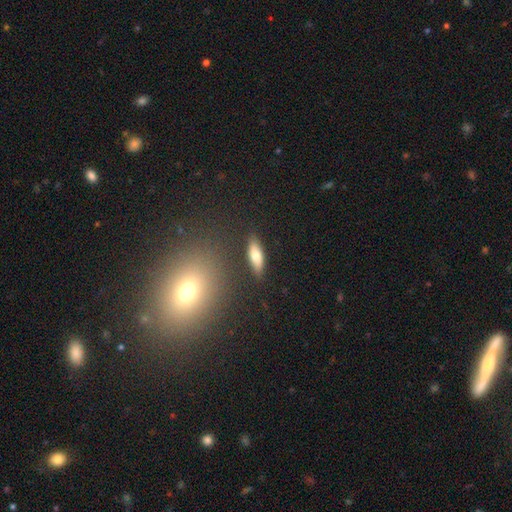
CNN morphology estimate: smooth_or_featured: smooth (p=0.73) [alt: featured or disk p=0.20]
how_rounded: in between (p=0.59) [alt: cigar-shaped p=0.39]
merging: none (p=0.86) [alt: minor disturbance p=0.10]